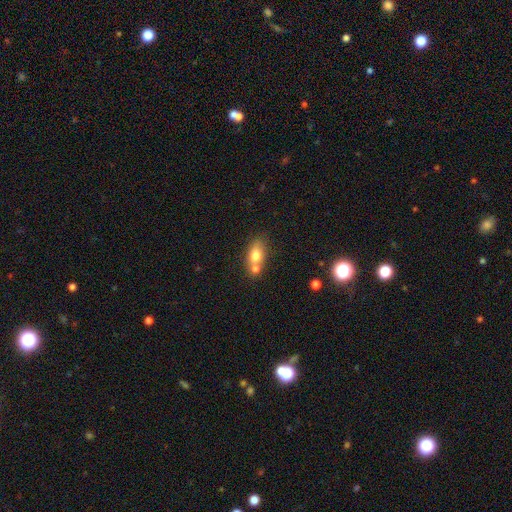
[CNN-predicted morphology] Q: Smooth or featured?
A: smooth (74%); runner-up: featured or disk (17%)
Q: How rounded?
A: in between (75%); runner-up: round (19%)
Q: Merging?
A: none (44%); runner-up: merger (41%)